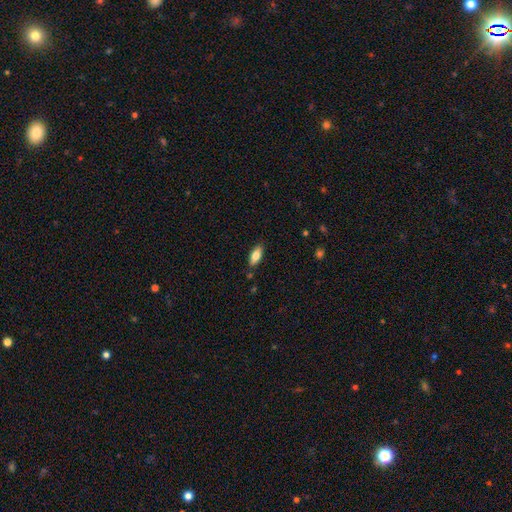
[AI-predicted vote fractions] Q: Smooth or featured?
A: smooth (80%); runner-up: featured or disk (14%)
Q: How rounded?
A: in between (81%); runner-up: cigar-shaped (17%)
Q: Merging?
A: none (84%); runner-up: minor disturbance (11%)